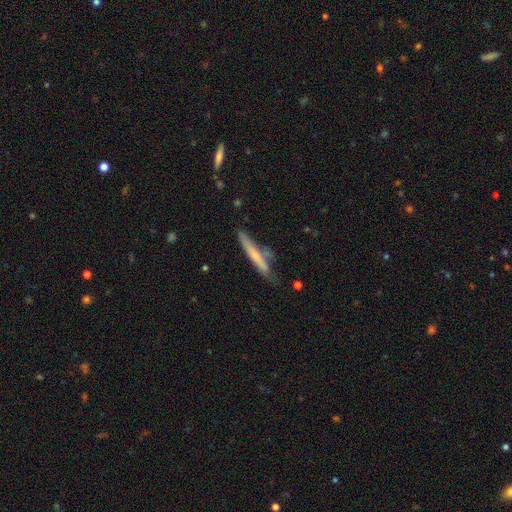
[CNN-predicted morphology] Overall: smooth (56%; featured or disk 38%). How rounded: cigar-shaped (94%). Merging: none (66%).